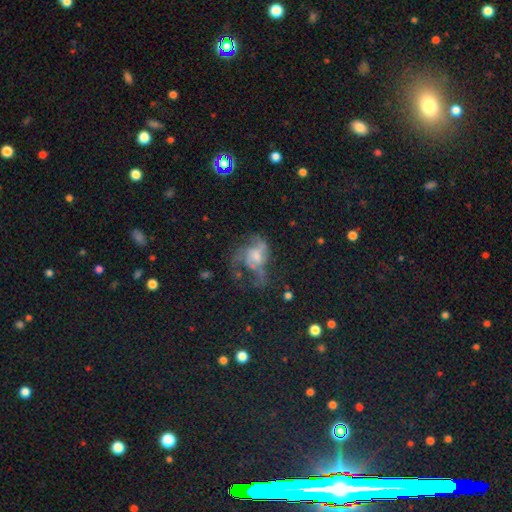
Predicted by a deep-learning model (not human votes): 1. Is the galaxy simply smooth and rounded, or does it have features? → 54% featured or disk, 24% smooth, 22% star or artifact.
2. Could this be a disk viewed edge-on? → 96% no, 4% yes.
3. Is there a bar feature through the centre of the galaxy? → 76% no, 20% weak, 5% strong.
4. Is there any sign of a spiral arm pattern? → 55% yes, 45% no.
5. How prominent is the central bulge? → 38% moderate, 33% small, 16% none, 10% large, 3% dominant.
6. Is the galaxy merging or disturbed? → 45% major disturbance, 32% none, 18% minor disturbance, 5% merger.